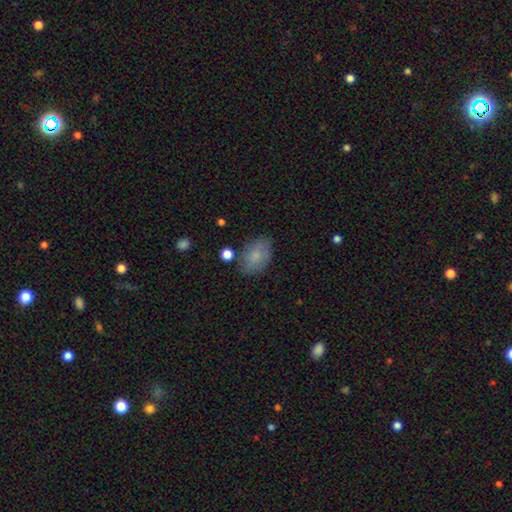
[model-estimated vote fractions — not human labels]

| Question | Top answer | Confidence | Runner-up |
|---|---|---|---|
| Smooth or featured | smooth | 79% | featured or disk (13%) |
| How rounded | in between | 85% | round (14%) |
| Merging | none | 74% | minor disturbance (18%) |